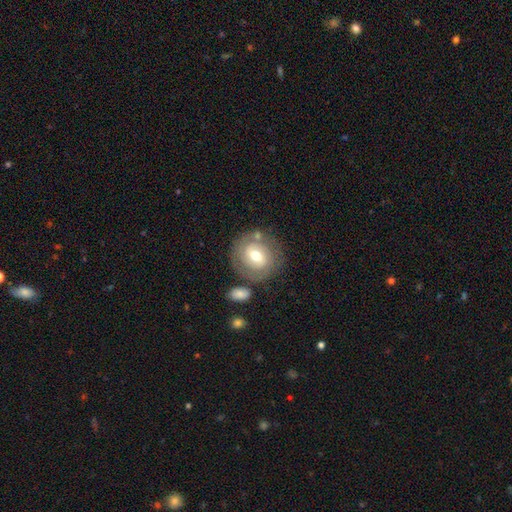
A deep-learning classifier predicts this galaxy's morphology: Q: Smooth or featured?
A: featured or disk (52%); runner-up: smooth (41%)
Q: Edge-on disk?
A: no (96%); runner-up: yes (4%)
Q: Merging?
A: none (72%); runner-up: minor disturbance (14%)